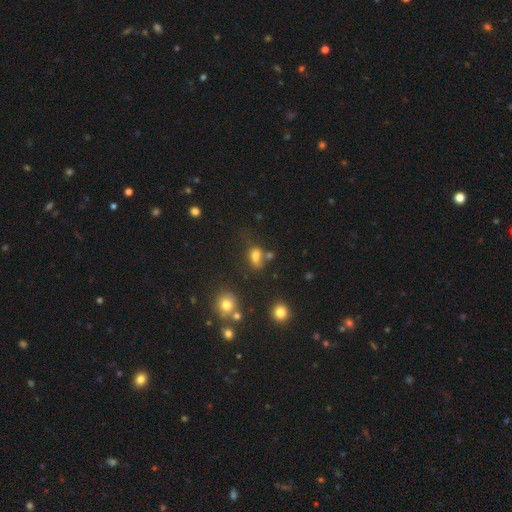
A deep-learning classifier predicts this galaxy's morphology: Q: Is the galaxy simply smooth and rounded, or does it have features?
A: smooth — 72%.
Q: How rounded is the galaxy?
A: in between — 65%.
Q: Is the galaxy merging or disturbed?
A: none — 42%.